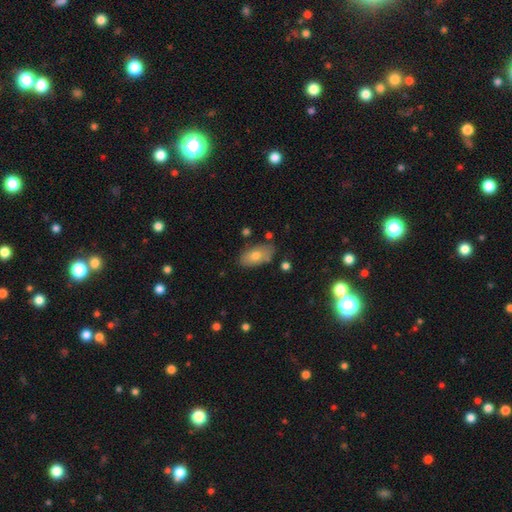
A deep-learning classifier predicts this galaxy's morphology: smooth 70%, featured or disk 22%, star or artifact 8%. Down the decision tree: how rounded — in between (92%); merging — none (76%).